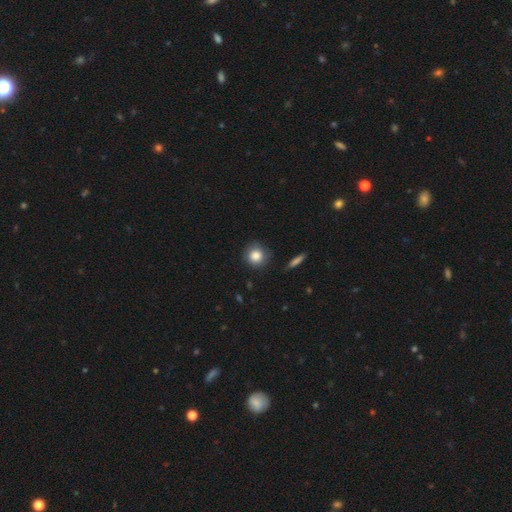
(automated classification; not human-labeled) smooth 84%, star or artifact 9%, featured or disk 8%. Down the decision tree: how rounded — round (90%); merging — none (84%).